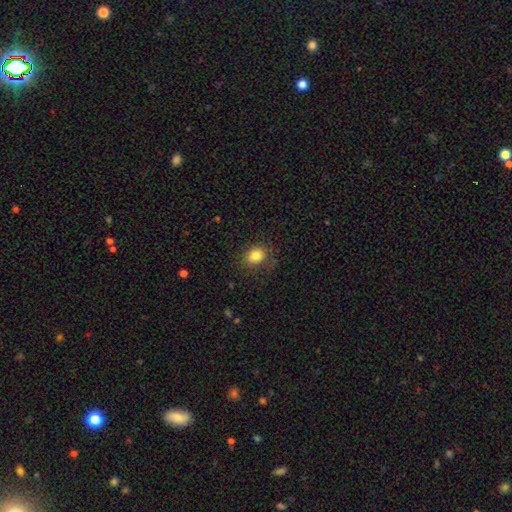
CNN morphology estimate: Smooth or featured? Predicted: smooth (p=0.83). How rounded? Predicted: round (p=0.55). Merging? Predicted: none (p=0.81).